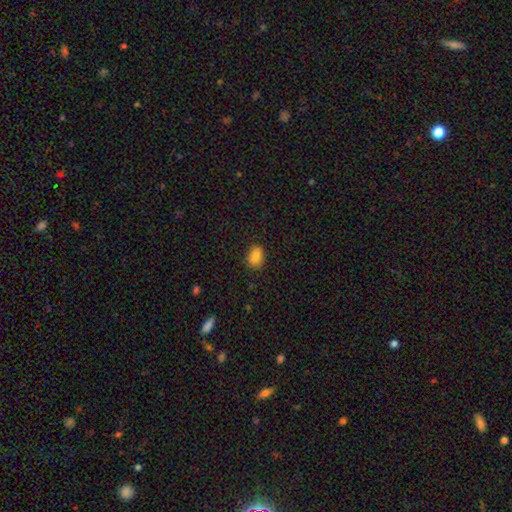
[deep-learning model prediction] Overall: smooth (84%). How rounded: in between (71%). Merging: none (82%).